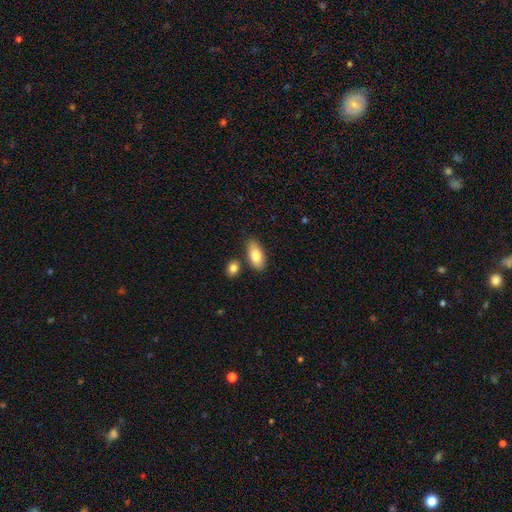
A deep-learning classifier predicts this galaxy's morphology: The model was most divided on "merging": none: 78%, minor disturbance: 12%, merger: 7%, major disturbance: 3%. More confident: how rounded — in between (90%); smooth or featured — smooth (82%).